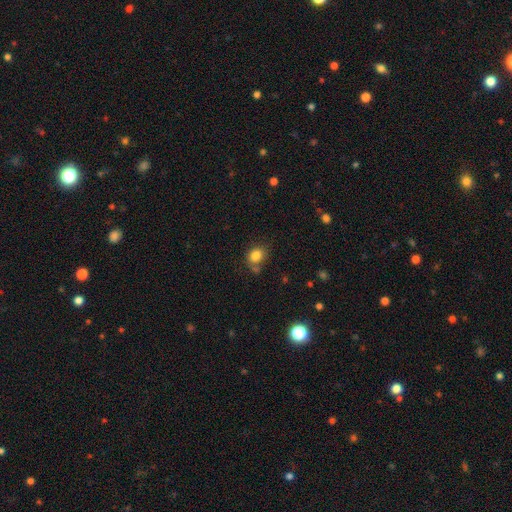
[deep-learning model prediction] smooth_or_featured: smooth (p=0.82) [alt: star or artifact p=0.11]
how_rounded: round (p=0.58) [alt: in between p=0.41]
merging: none (p=0.63) [alt: minor disturbance p=0.18]